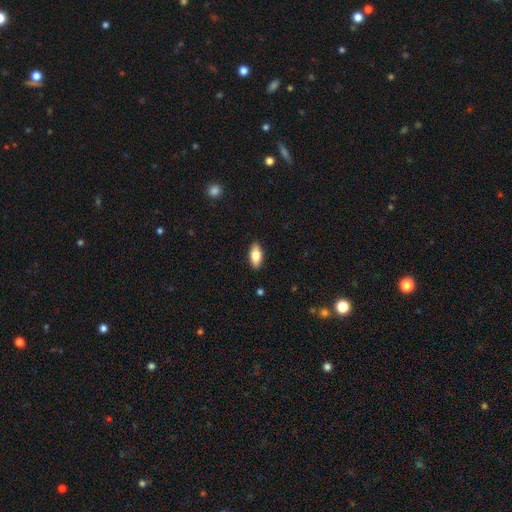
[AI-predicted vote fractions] Smooth or featured: smooth — 76% (featured or disk — 17%)
How rounded: in between — 86% (cigar-shaped — 11%)
Merging: none — 89% (minor disturbance — 8%)